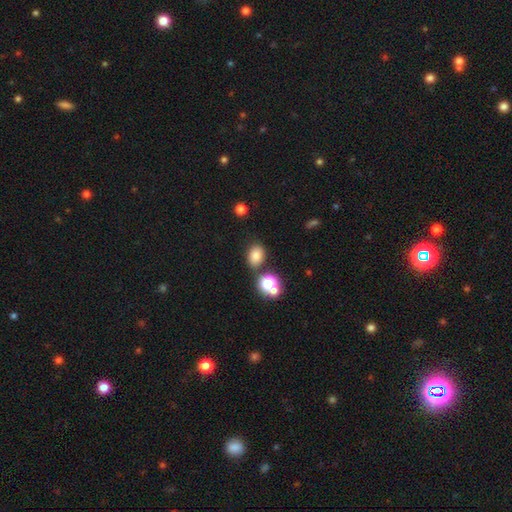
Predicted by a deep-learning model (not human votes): Overall: smooth (78%). How rounded: in between (65%; round 34%). Merging: none (75%).